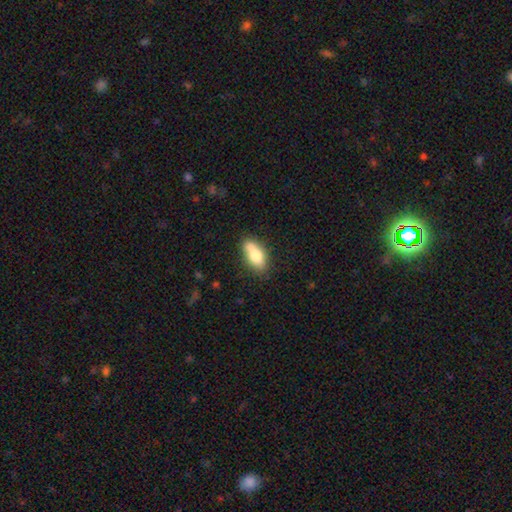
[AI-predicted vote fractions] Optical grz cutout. It shows a smooth galaxy with no disk features (75%) that is in between round and cigar-shaped (85%). Merging: none (55%).